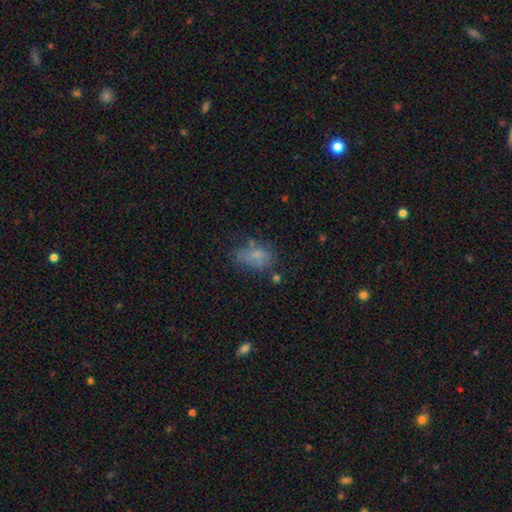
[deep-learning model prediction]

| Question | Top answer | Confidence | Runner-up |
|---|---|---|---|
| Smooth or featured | smooth | 63% | featured or disk (23%) |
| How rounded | in between | 85% | round (12%) |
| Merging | none | 47% | minor disturbance (26%) |